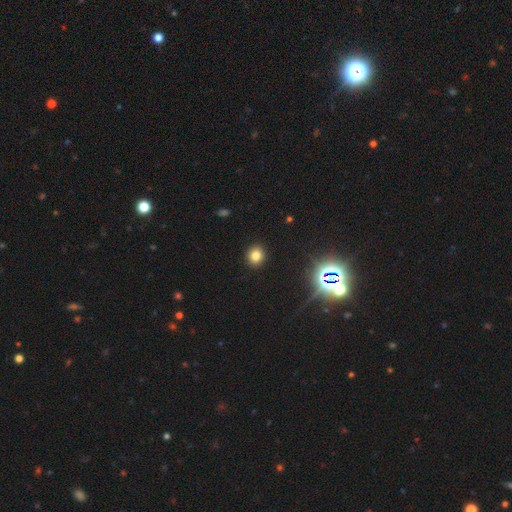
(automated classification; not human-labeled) A smooth galaxy with no disk features (78%) that is round (80%). Merging: none (91%).